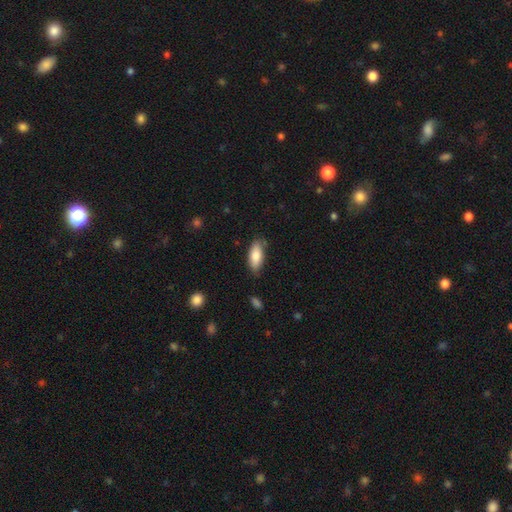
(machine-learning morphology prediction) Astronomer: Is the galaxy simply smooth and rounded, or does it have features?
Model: smooth — 82%.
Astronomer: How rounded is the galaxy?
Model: in between — 82%.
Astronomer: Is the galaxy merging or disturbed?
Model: none — 77%.